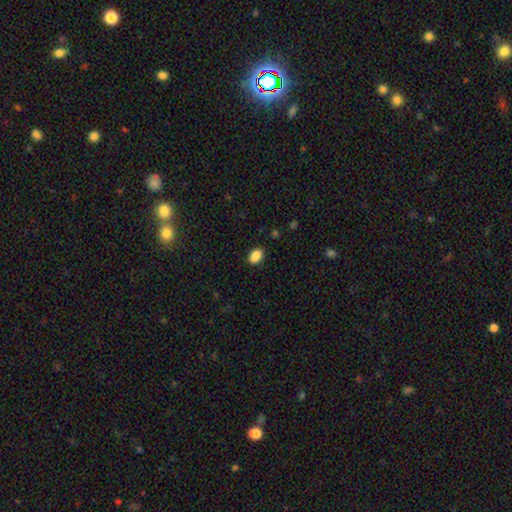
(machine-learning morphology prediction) The model was most divided on "how rounded": in between: 83%, round: 16%, cigar-shaped: 1%. More confident: smooth or featured — smooth (88%); merging — none (84%).